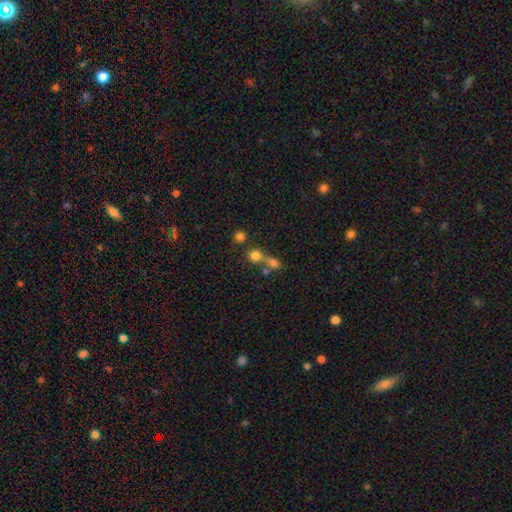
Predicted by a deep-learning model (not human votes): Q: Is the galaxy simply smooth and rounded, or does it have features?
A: smooth — 75%.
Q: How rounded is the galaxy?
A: round — 81%.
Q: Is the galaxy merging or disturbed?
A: none — 46%.